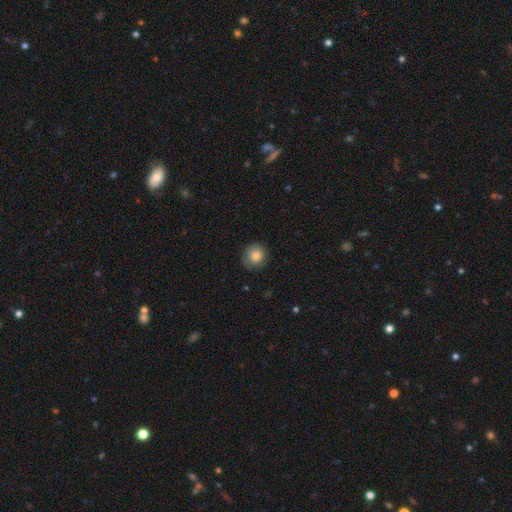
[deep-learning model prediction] This appears to be a smooth galaxy with no disk features (83%) that is round (89%). Merging: none (78%).